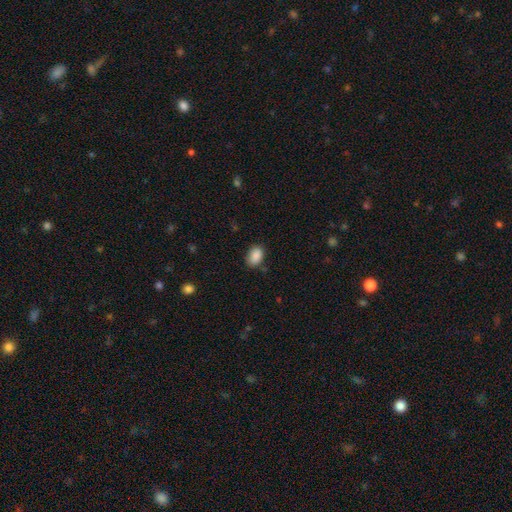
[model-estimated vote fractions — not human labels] Smooth or featured? Predicted: smooth (p=0.89). How rounded? Predicted: in between (p=0.84). Merging? Predicted: none (p=0.77).